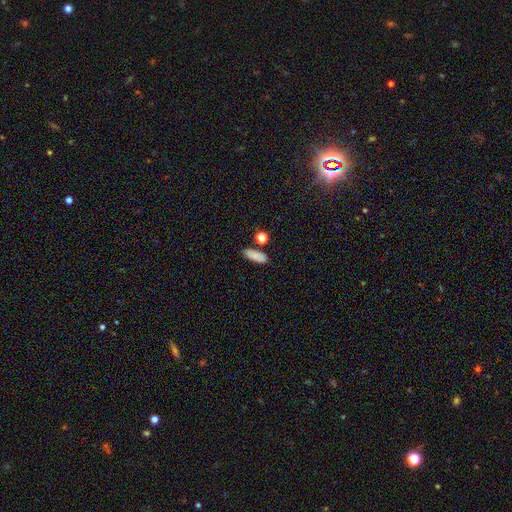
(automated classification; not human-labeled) Smooth or featured? Predicted: smooth (p=0.85). How rounded? Predicted: in between (p=0.69). Merging? Predicted: none (p=0.78).